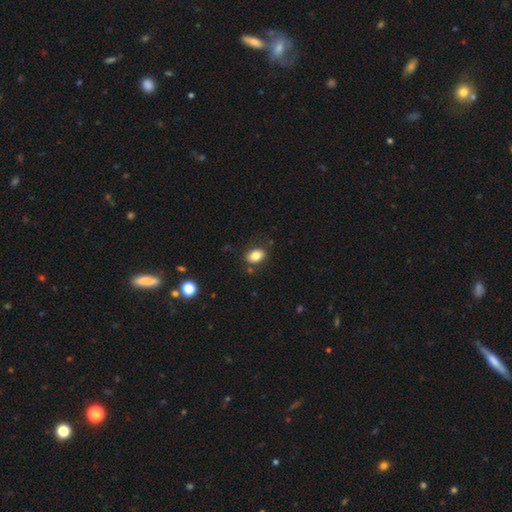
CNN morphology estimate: Q: Smooth or featured?
A: smooth (83%); runner-up: star or artifact (9%)
Q: How rounded?
A: in between (78%); runner-up: round (20%)
Q: Merging?
A: none (81%); runner-up: minor disturbance (13%)